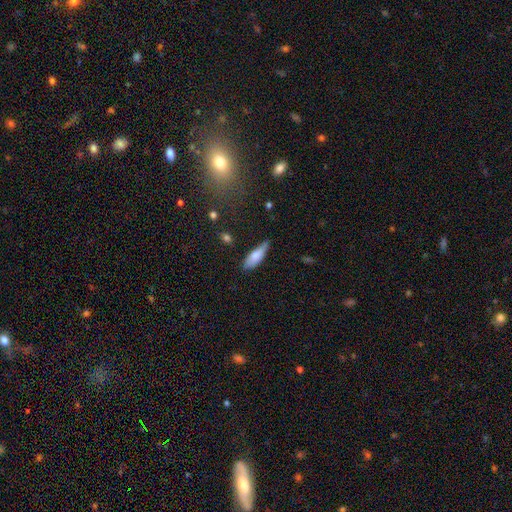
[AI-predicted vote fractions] A smooth galaxy with no disk features (79%) that is in between round and cigar-shaped (59%). Merging: none (53%).